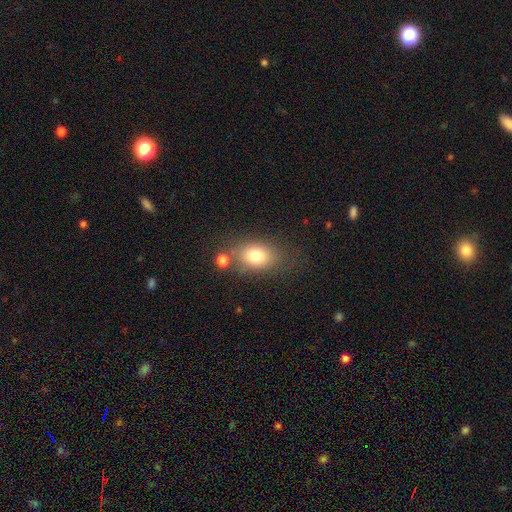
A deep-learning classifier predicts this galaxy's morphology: A smooth galaxy with no disk features (78%) that is in between round and cigar-shaped (73%). Merging: none (68%).